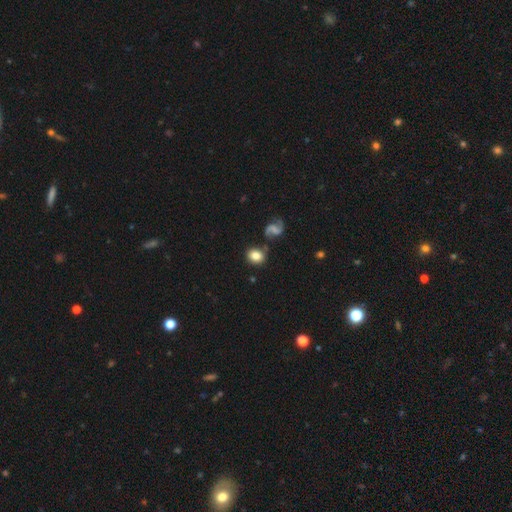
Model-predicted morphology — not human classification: A smooth galaxy with no disk features (74%) that is round (68%).

Vote fractions:
- Smooth or featured? smooth: 74% / featured or disk: 16% / star or artifact: 9%
- How rounded? round: 68% / in between: 31% / cigar-shaped: 1%
- Merging? none: 75% / minor disturbance: 13% / merger: 8% / major disturbance: 4%